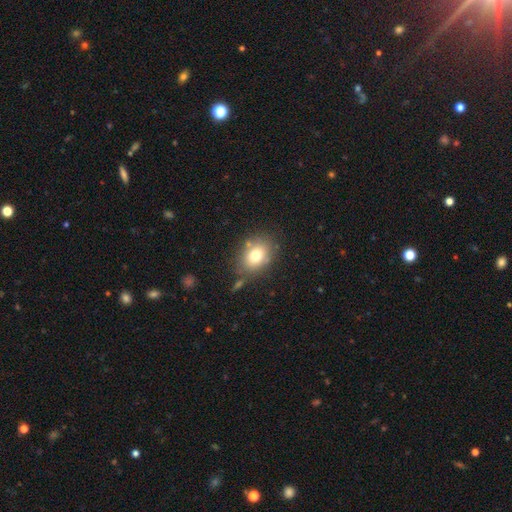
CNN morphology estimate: Overall: smooth (77%). How rounded: in between (64%; round 35%). Merging: none (75%).